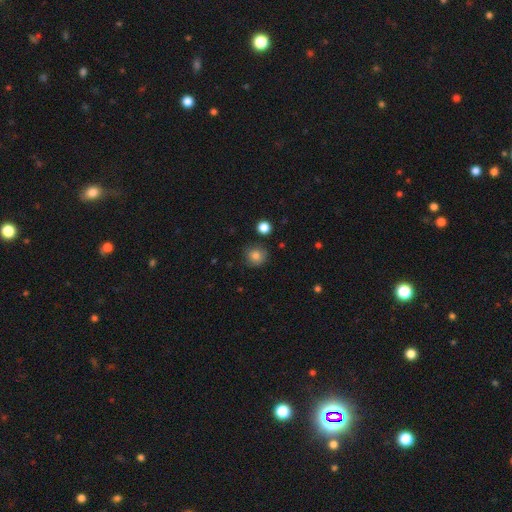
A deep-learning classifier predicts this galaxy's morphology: type=smooth (84%); roundness=round (88%); merging=none (82%).